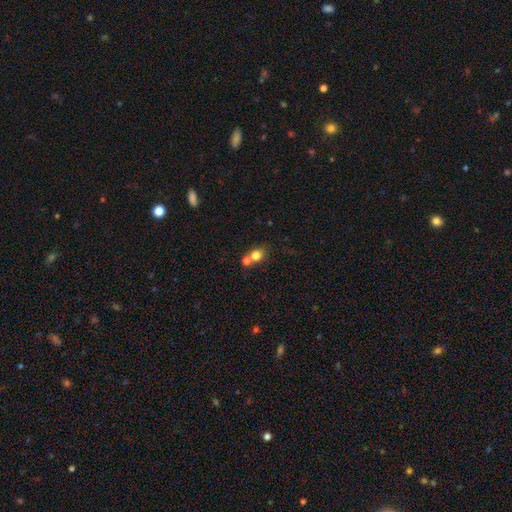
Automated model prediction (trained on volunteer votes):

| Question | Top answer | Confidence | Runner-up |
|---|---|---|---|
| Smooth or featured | smooth | 78% | star or artifact (12%) |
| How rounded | round | 72% | in between (27%) |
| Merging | merger | 44% | tied: none (44%) |